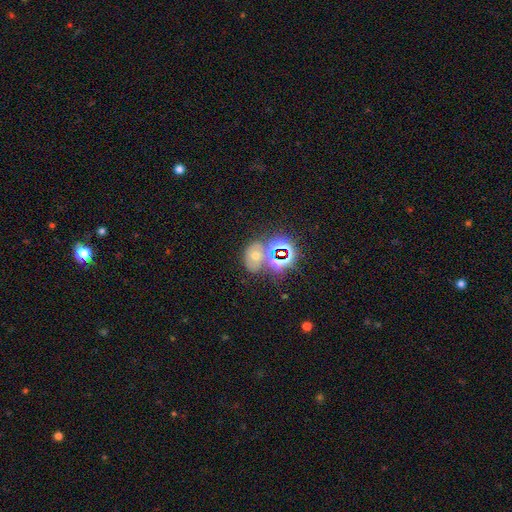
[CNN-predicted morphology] Smooth or featured?
  - star or artifact: 40% *
  - smooth: 37%
  - featured or disk: 22%